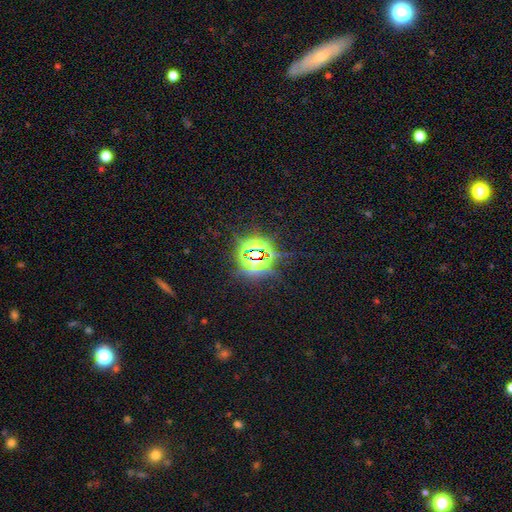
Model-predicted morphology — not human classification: Q: Smooth or featured?
A: star or artifact (82%); runner-up: smooth (10%)